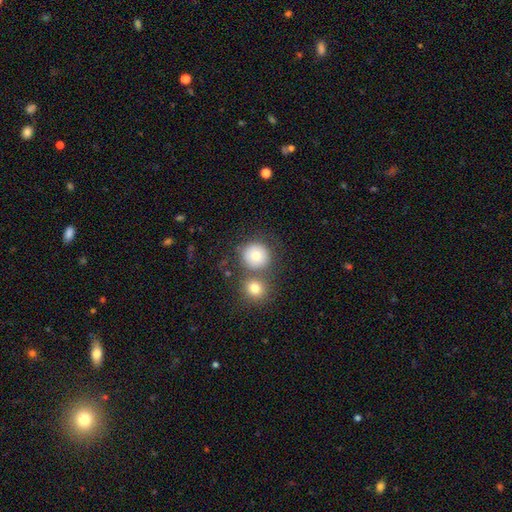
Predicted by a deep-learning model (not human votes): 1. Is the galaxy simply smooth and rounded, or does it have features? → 79% smooth, 11% featured or disk, 10% star or artifact.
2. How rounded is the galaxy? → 91% round, 8% in between, 1% cigar-shaped.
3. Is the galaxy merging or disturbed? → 63% none, 23% merger, 10% minor disturbance, 4% major disturbance.